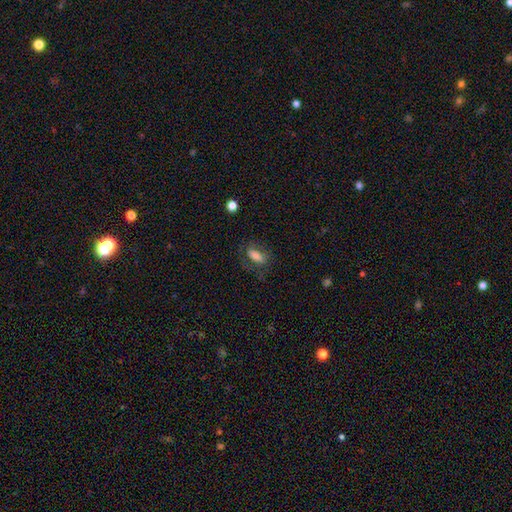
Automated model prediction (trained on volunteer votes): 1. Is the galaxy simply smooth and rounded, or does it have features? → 70% smooth, 21% featured or disk, 9% star or artifact.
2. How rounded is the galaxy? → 82% in between, 11% cigar-shaped, 7% round.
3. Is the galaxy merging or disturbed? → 65% none, 19% minor disturbance, 14% major disturbance, 2% merger.